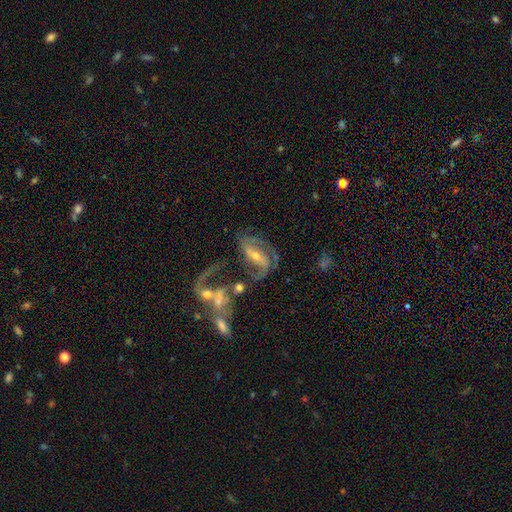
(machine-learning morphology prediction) A featured or disk galaxy (83%) with a strong bar (39%), 2 (62%) medium (41%) spiral arms (90%) and a small central bulge (57%).

Vote fractions:
- Smooth or featured? featured or disk: 83% / smooth: 9% / star or artifact: 8%
- Edge-on disk? no: 95% / yes: 5%
- Bar? strong: 39% / weak: 35% / no: 26%
- Spiral arms? yes: 90% / no: 10%
- Spiral winding? medium: 41% / loose: 38% / tight: 21%
- Spiral arm count? 2: 62% / can't tell: 12% / 1: 12% / 3: 9% / 4: 3% / more than 4: 3%
- Bulge size? small: 57% / moderate: 38% / none: 3% / large: 2% / dominant: 1%
- Merging? none: 35% / major disturbance: 28% / merger: 23% / minor disturbance: 15%